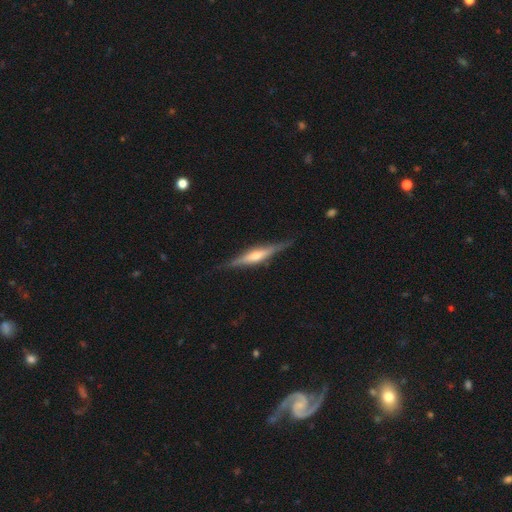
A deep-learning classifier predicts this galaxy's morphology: smooth_or_featured: featured or disk (p=0.73) [alt: smooth p=0.21]
disk_edge_on: yes (p=0.97) [alt: no p=0.03]
edge_on_bulge: rounded (p=0.72) [alt: boxy p=0.19]
merging: none (p=0.86) [alt: minor disturbance p=0.11]